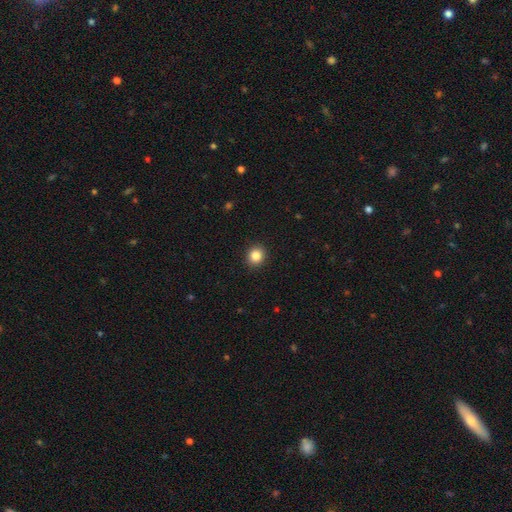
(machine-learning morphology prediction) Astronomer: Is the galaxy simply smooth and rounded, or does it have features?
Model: smooth — 85%.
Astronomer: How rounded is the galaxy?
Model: round — 85%.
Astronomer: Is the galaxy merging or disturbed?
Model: none — 92%.